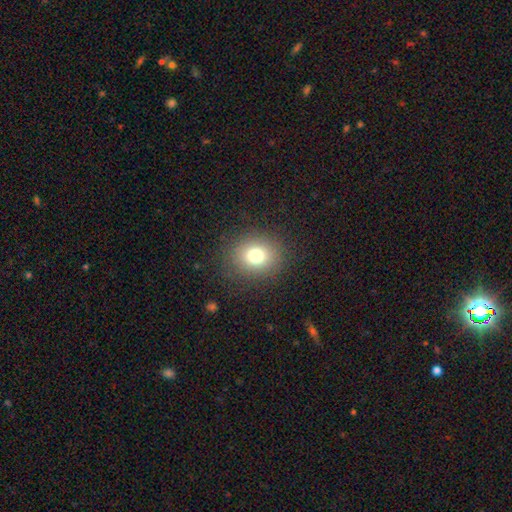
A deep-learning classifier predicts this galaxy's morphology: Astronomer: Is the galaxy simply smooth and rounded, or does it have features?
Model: smooth — 77%.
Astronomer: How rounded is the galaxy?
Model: round — 69%.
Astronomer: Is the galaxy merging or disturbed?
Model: none — 87%.